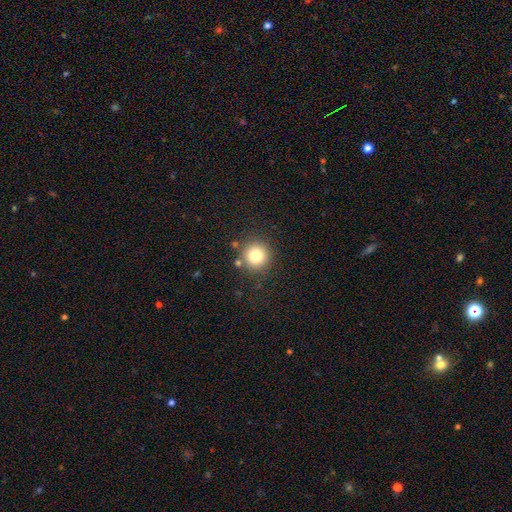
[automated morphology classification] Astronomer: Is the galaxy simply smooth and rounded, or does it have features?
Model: smooth — 79%.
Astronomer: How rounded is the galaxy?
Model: round — 94%.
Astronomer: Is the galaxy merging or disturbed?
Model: none — 84%.